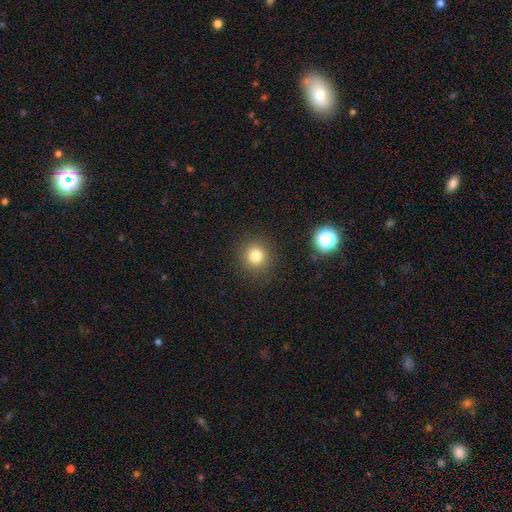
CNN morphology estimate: Smooth or featured: smooth — 80% (star or artifact — 14%)
How rounded: round — 91% (in between — 8%)
Merging: none — 89% (minor disturbance — 7%)